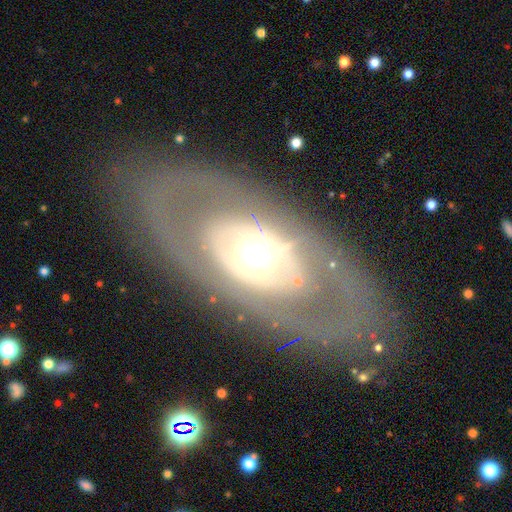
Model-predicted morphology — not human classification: type=featured or disk (71%); edge-on=no (88%); bar=no (81%); spiral arms=no (78%); bulge=moderate (57%); merging=none (80%).